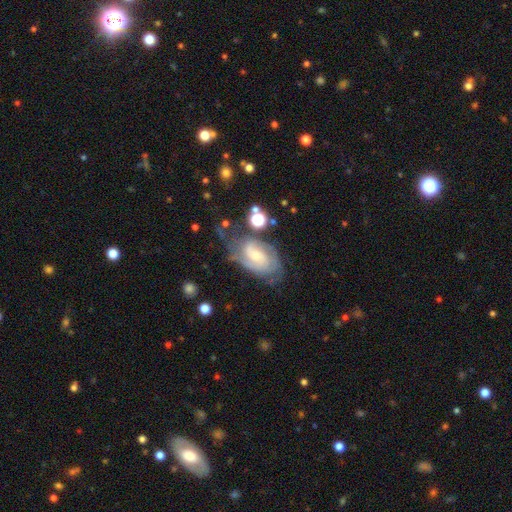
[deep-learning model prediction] A featured or disk galaxy (76%) with no bar (55%), 2 (43%) tight (50%) spiral arms (92%) and a small central bulge (60%). Merging: none (51%).